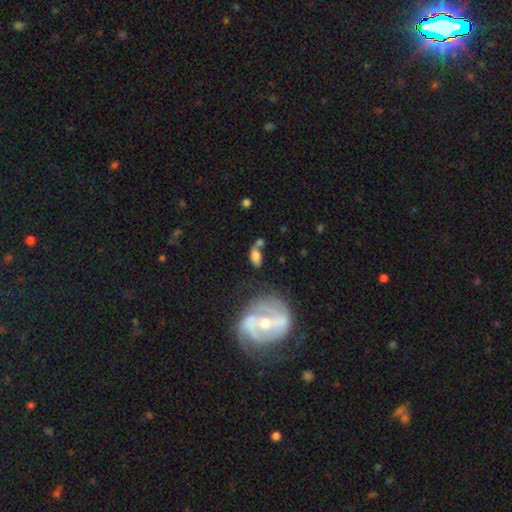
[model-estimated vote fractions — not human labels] Overall: smooth (69%). How rounded: in between (89%). Merging: none (40%; merger 29%).